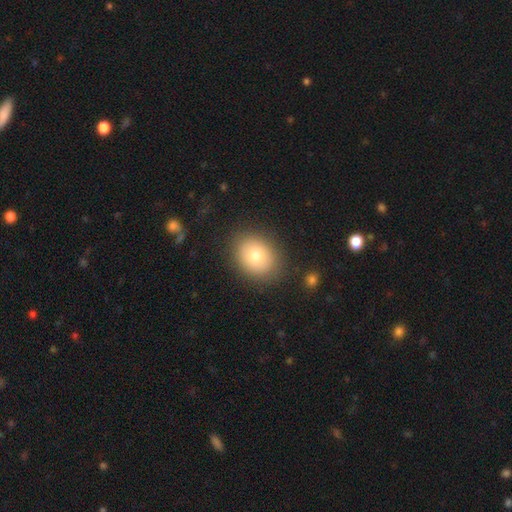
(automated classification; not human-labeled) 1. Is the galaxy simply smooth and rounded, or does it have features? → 76% smooth, 15% featured or disk, 9% star or artifact.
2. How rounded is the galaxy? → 51% round, 48% in between, 1% cigar-shaped.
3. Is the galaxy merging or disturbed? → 85% none, 10% minor disturbance, 3% major disturbance, 2% merger.